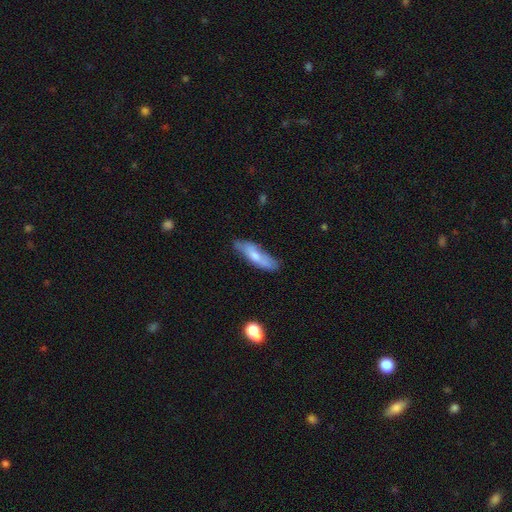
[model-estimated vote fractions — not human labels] Smooth or featured: smooth — 63% (featured or disk — 31%)
How rounded: cigar-shaped — 59% (in between — 40%)
Merging: none — 65% (minor disturbance — 26%)